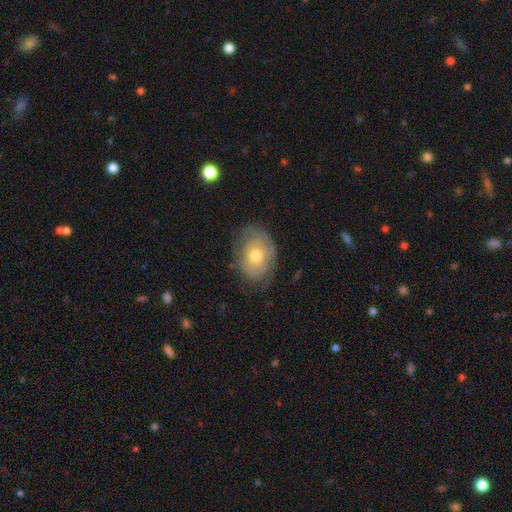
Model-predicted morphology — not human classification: The model was most divided on "smooth or featured": featured or disk: 53%, smooth: 39%, star or artifact: 7%. More confident: edge-on disk — no (94%); bar — no (86%); merging — none (67%); spiral arms — yes (62%); bulge size — moderate (59%).